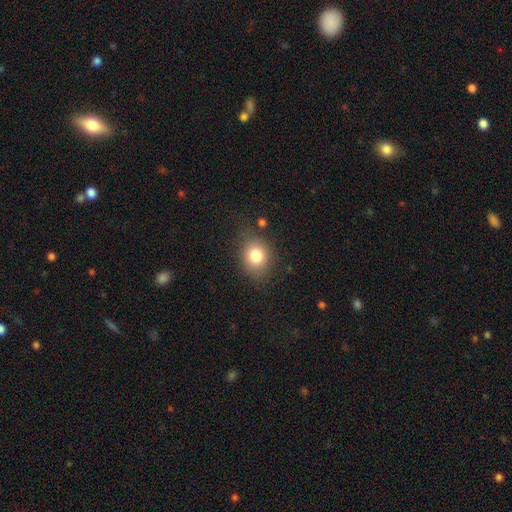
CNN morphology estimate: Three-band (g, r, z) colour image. It shows a smooth galaxy with no disk features (80%) that is round (52%). Merging: none (75%).